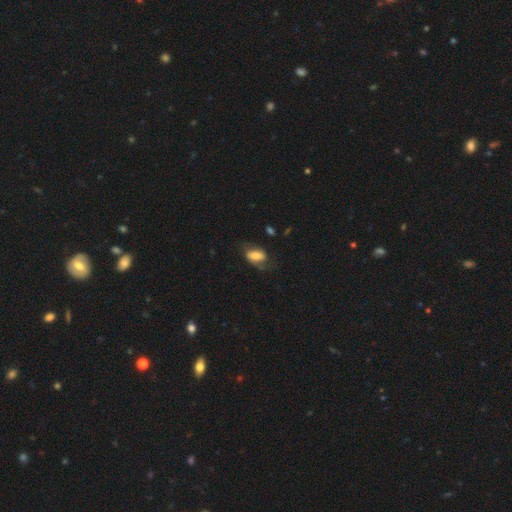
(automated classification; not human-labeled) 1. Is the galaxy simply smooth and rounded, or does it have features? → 53% smooth, 39% featured or disk, 8% star or artifact.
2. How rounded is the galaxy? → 87% in between, 9% round, 4% cigar-shaped.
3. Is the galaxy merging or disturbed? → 54% none, 24% minor disturbance, 20% major disturbance, 2% merger.